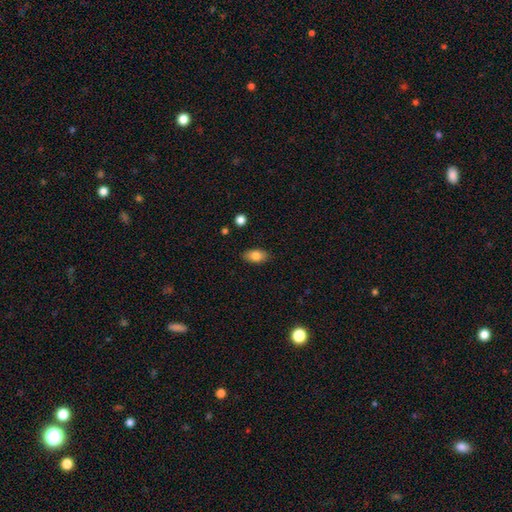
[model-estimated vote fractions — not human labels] smooth_or_featured: smooth (p=0.83) [alt: featured or disk p=0.09]
how_rounded: in between (p=0.90) [alt: round p=0.06]
merging: none (p=0.87) [alt: minor disturbance p=0.10]